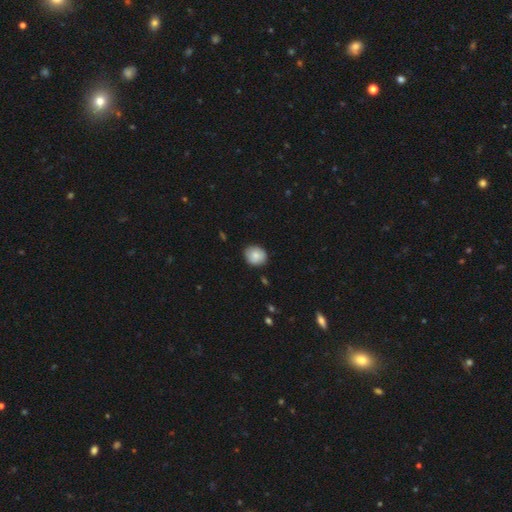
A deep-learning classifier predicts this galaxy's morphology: Overall: smooth (85%). How rounded: round (75%). Merging: none (86%).